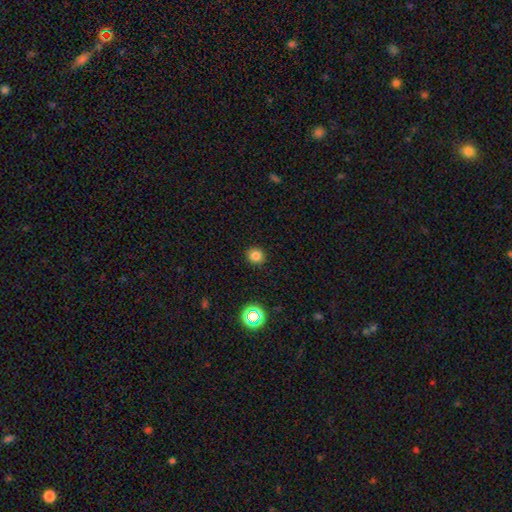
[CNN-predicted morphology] This is clearly a smooth galaxy (80%). How rounded: clearly round (87%). Merging: clearly none (91%).